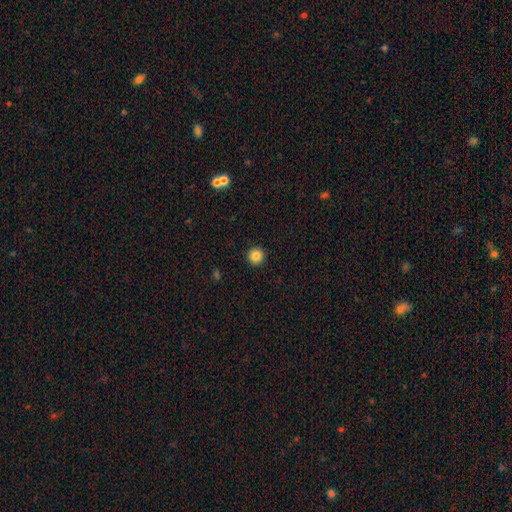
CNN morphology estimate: smooth 85%, star or artifact 10%, featured or disk 4%. Down the decision tree: how rounded — round (95%); merging — none (93%).